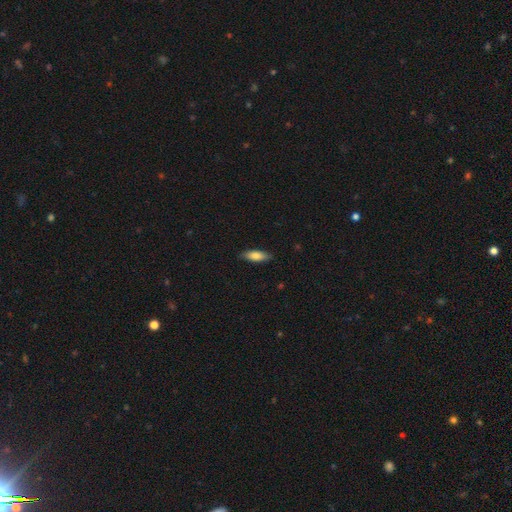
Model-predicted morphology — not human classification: A smooth galaxy with no disk features (79%) that is in between round and cigar-shaped (65%).

Vote fractions:
- Smooth or featured? smooth: 79% / featured or disk: 15% / star or artifact: 6%
- How rounded? in between: 65% / cigar-shaped: 33% / round: 2%
- Merging? none: 87% / minor disturbance: 10% / major disturbance: 2% / merger: 1%